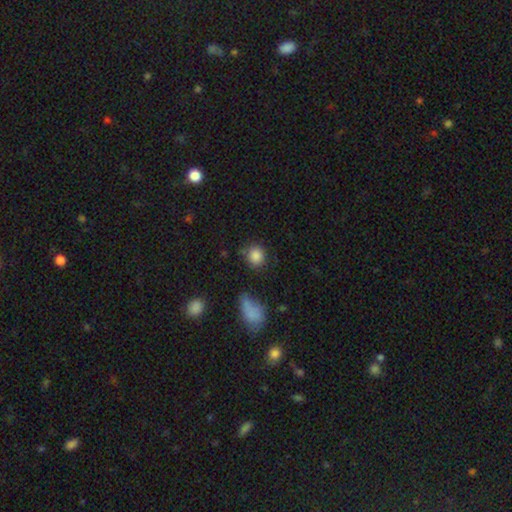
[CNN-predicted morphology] Smooth or featured?
  - smooth: 86% *
  - star or artifact: 9%
  - featured or disk: 4%
How rounded?
  - round: 84% *
  - in between: 14%
  - cigar-shaped: 1%
Merging?
  - none: 76% *
  - minor disturbance: 14%
  - merger: 5%
  - major disturbance: 5%